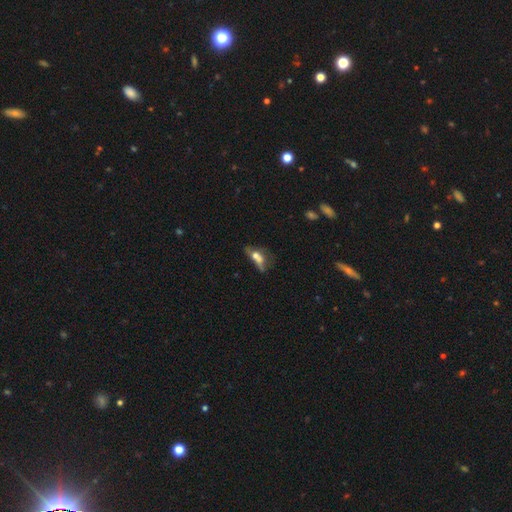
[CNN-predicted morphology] The model was most divided on "merging": merger: 33%, major disturbance: 28%, none: 23%, minor disturbance: 16%. Remaining: smooth or featured — smooth (48%).